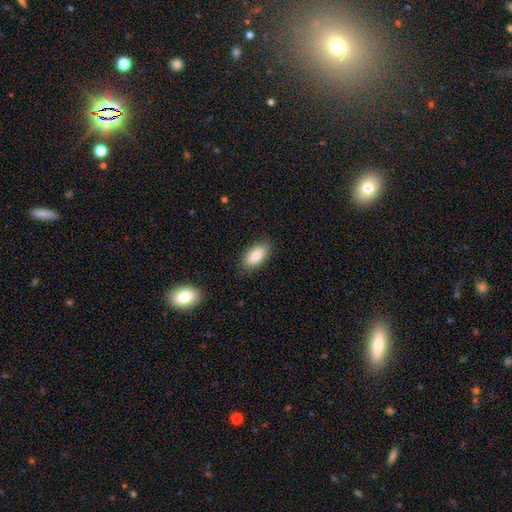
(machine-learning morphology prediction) This appears to be a smooth galaxy with no disk features (83%) that is in between round and cigar-shaped (86%). Merging: none (83%).